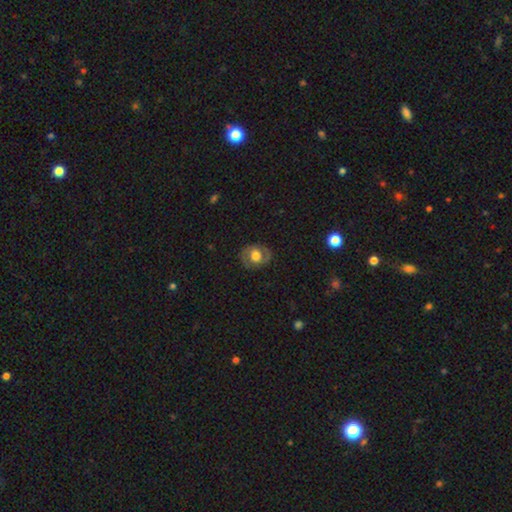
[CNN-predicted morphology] A featured or disk galaxy (47%). Merging: none (81%).